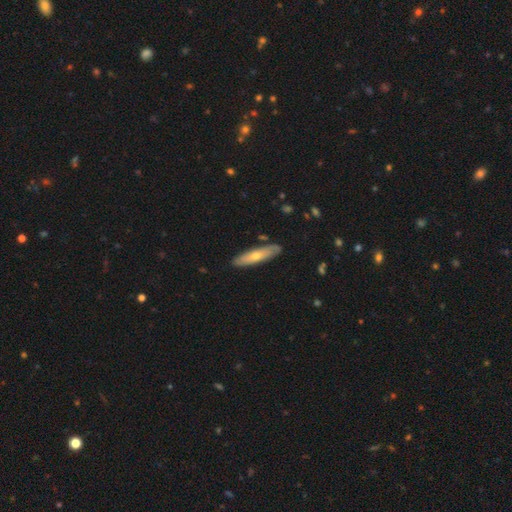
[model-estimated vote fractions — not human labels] This appears to be a smooth galaxy with no disk features (54%) that is cigar-shaped (81%). Merging: none (87%).